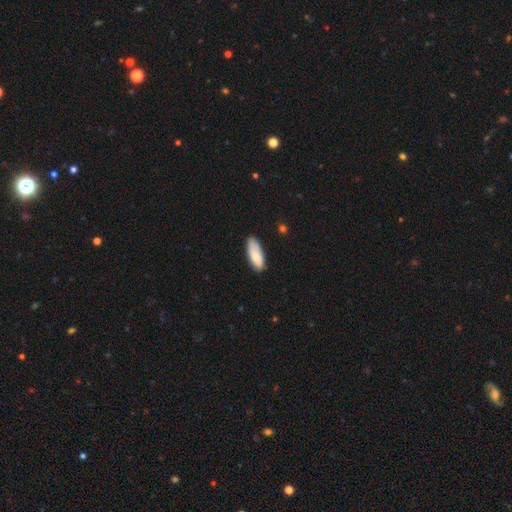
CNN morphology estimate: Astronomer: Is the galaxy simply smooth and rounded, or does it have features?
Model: smooth — 79%.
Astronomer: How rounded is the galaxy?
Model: in between — 77%.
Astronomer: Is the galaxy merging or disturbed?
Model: none — 76%.